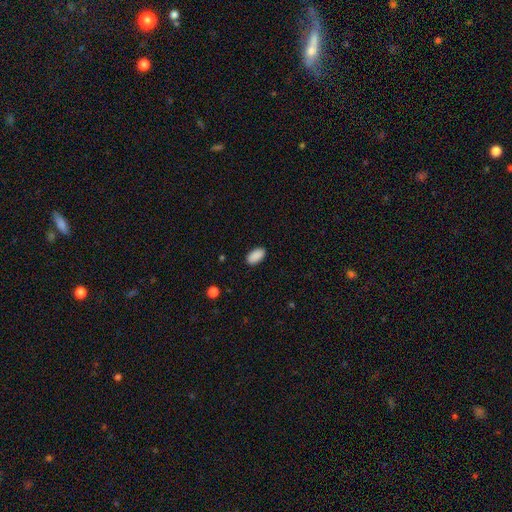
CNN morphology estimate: type=smooth (91%); roundness=in between (95%); merging=none (89%).